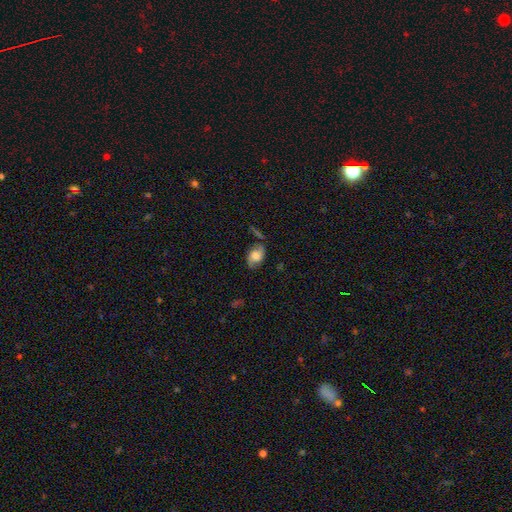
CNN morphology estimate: Overall: featured or disk (51%; smooth 40%). Edge-on disk: no (95%). Merging: none (64%).